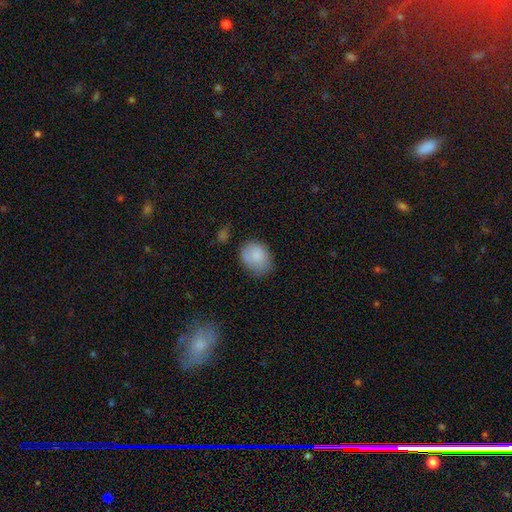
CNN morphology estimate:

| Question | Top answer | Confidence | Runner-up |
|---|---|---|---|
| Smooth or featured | smooth | 83% | featured or disk (9%) |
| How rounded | in between | 52% | round (47%) |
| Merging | none | 60% | minor disturbance (27%) |